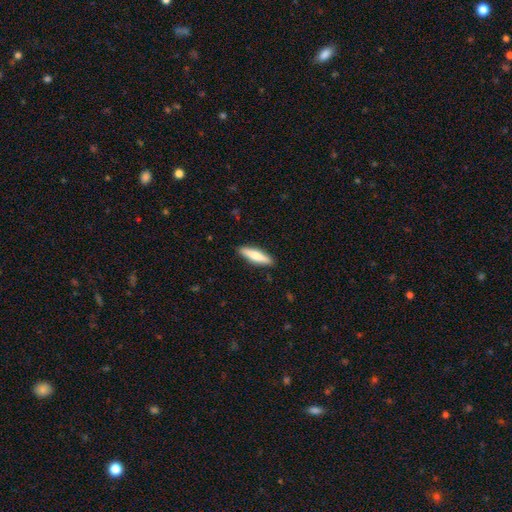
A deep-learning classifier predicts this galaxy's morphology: A smooth galaxy with no disk features (70%) that is cigar-shaped (73%).

Vote fractions:
- Smooth or featured? smooth: 70% / featured or disk: 25% / star or artifact: 5%
- How rounded? cigar-shaped: 73% / in between: 26% / round: 2%
- Merging? none: 89% / minor disturbance: 8% / major disturbance: 2% / merger: 1%